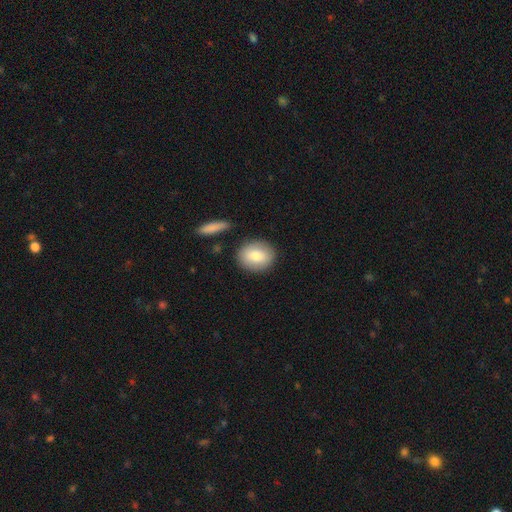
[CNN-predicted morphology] type=smooth (78%); roundness=round (58%); merging=none (83%).